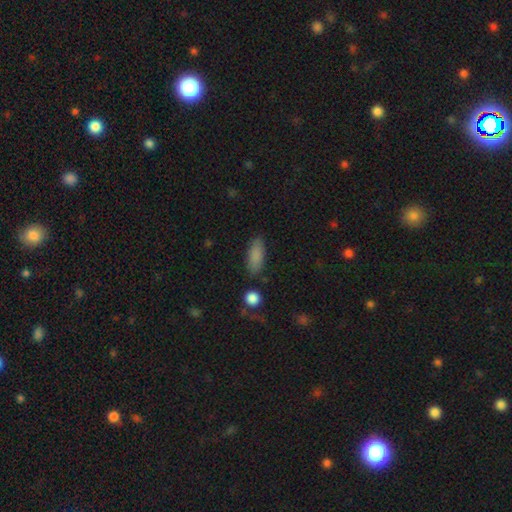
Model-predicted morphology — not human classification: This appears to be a smooth galaxy with no disk features (87%) that is in between round and cigar-shaped (78%). Merging: none (80%).